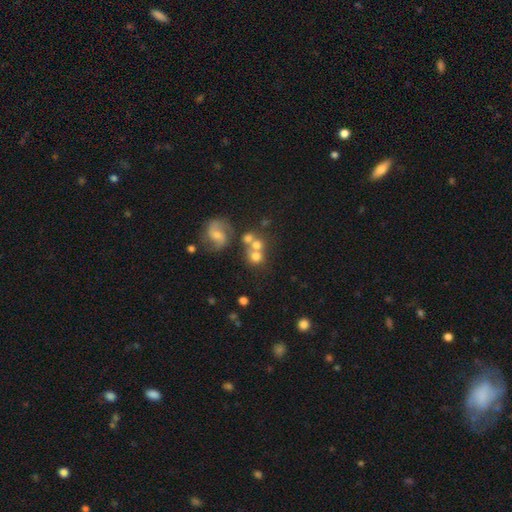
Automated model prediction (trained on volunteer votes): A smooth galaxy with no disk features (60%) that is round (81%). Merging: none (43%).